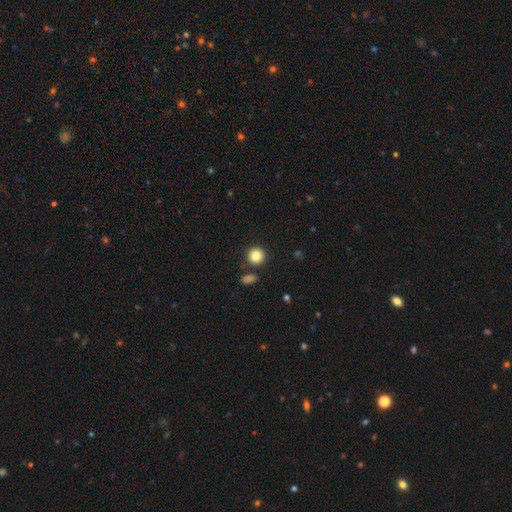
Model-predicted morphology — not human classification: Overall: smooth (83%). How rounded: round (93%). Merging: none (86%).